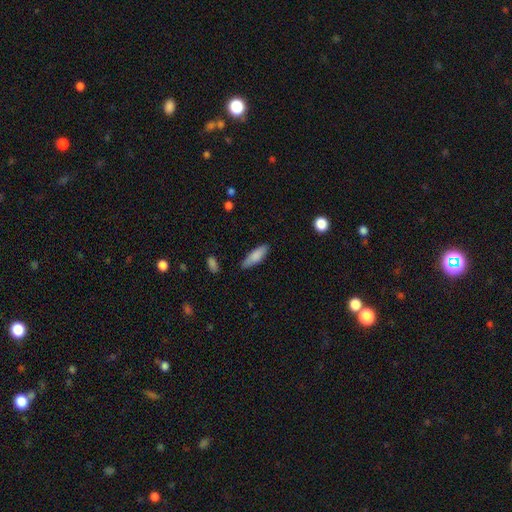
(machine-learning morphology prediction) Smooth or featured? smooth (82%)
How rounded? in between (52%)
Merging? none (83%)